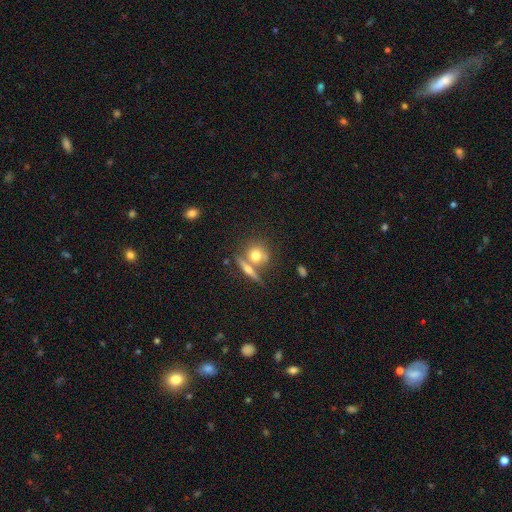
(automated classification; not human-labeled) Morphology: type=smooth (62%); roundness=round (73%); merging=none (50%).